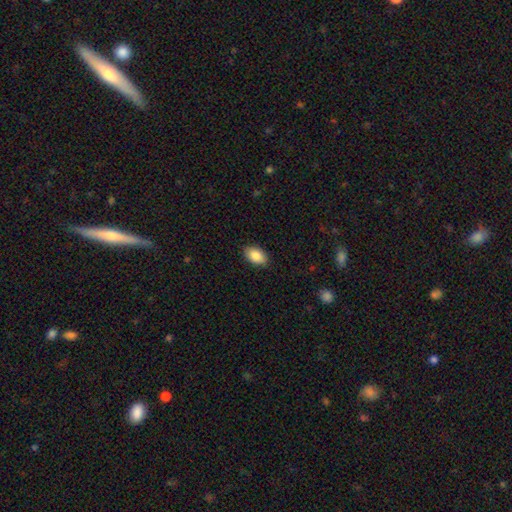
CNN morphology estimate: A smooth galaxy with no disk features (88%) that is in between round and cigar-shaped (92%). Merging: none (88%).